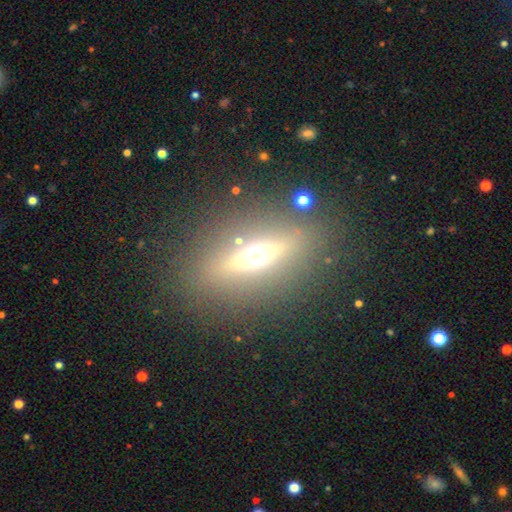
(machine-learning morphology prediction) Smooth or featured? featured or disk (53%)
Edge-on disk? yes (82%)
Merging? none (83%)